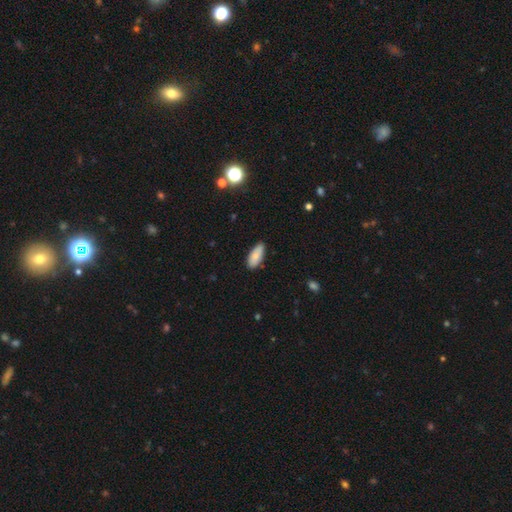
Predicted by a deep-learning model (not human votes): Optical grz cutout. It shows a smooth galaxy with no disk features (82%) that is in between round and cigar-shaped (85%). Merging: none (81%).